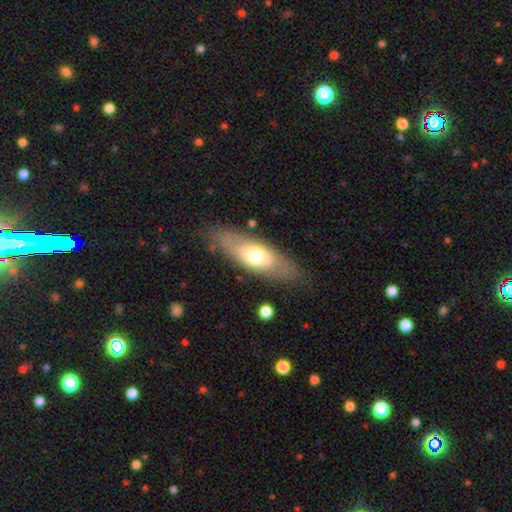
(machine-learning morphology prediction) smooth 56%, featured or disk 37%, star or artifact 6%. Down the decision tree: how rounded — in between (66%); merging — none (81%).